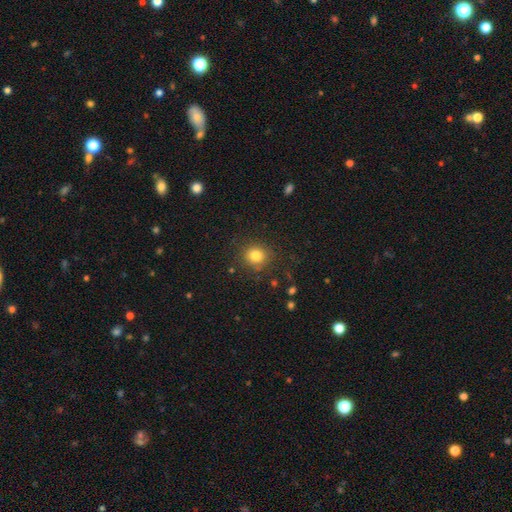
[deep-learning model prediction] Smooth or featured? smooth (81%)
How rounded? round (87%)
Merging? none (86%)